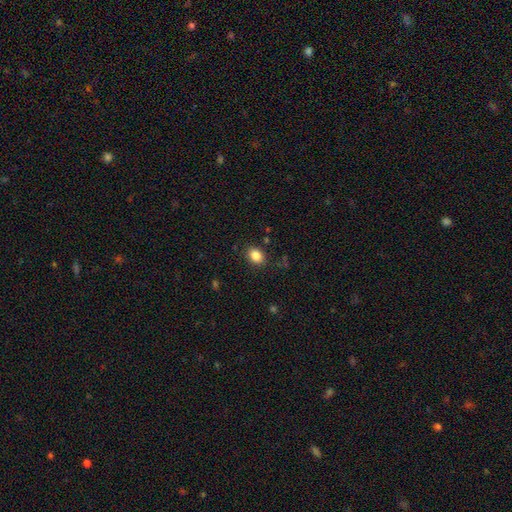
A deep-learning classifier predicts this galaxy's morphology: Q: Smooth or featured?
A: smooth (86%); runner-up: star or artifact (9%)
Q: How rounded?
A: in between (71%); runner-up: round (28%)
Q: Merging?
A: none (86%); runner-up: minor disturbance (9%)